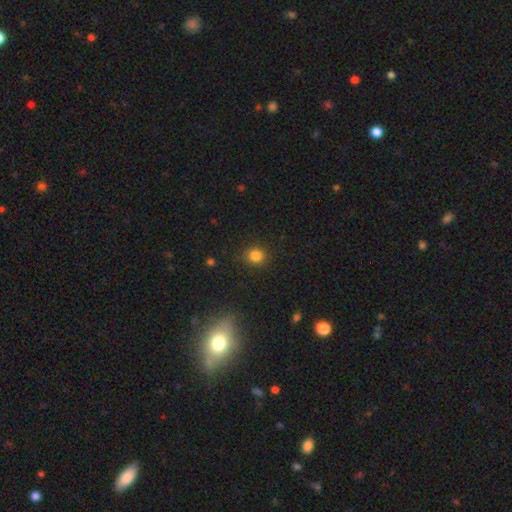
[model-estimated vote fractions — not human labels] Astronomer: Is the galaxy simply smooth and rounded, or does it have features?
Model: smooth — 83%.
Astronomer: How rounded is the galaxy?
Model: round — 84%.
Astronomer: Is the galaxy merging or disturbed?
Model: none — 87%.